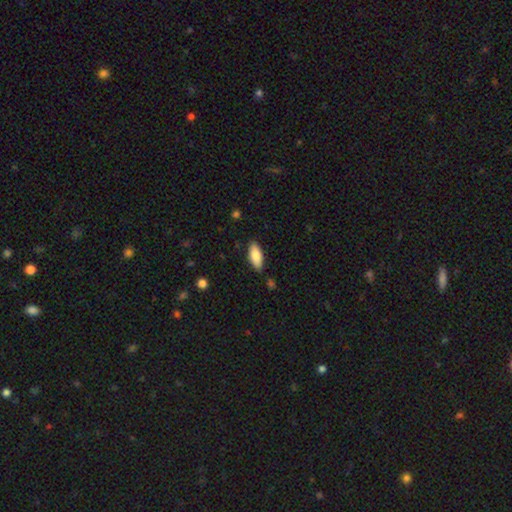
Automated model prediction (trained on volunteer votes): smooth 84%, featured or disk 9%, star or artifact 6%. Down the decision tree: how rounded — in between (82%); merging — none (85%).